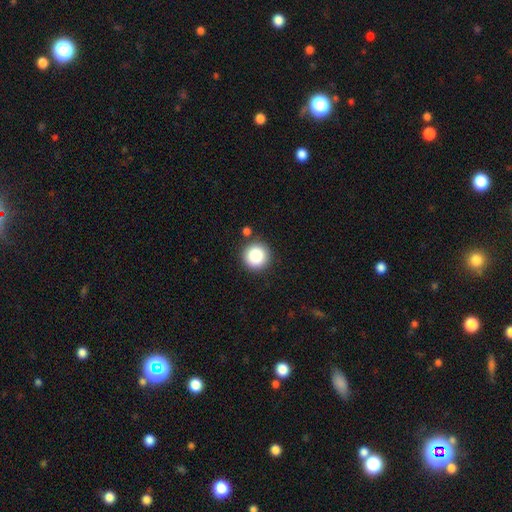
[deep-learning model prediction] Q: Smooth or featured?
A: smooth (86%); runner-up: star or artifact (10%)
Q: How rounded?
A: round (96%); runner-up: in between (3%)
Q: Merging?
A: none (87%); runner-up: minor disturbance (7%)